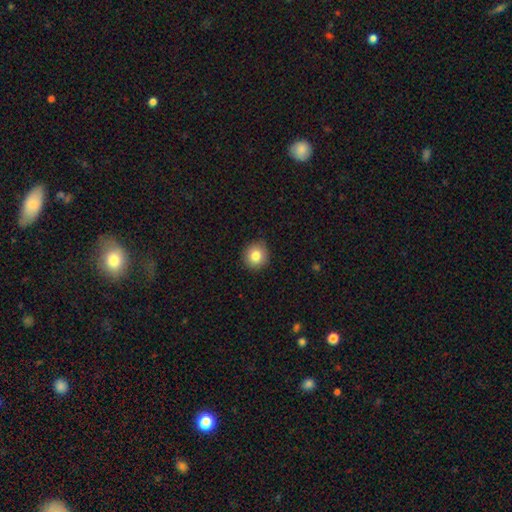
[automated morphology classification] Smooth or featured?
  - smooth: 83% *
  - star or artifact: 10%
  - featured or disk: 8%
How rounded?
  - round: 90% *
  - in between: 9%
  - cigar-shaped: 1%
Merging?
  - none: 87% *
  - minor disturbance: 10%
  - major disturbance: 2%
  - merger: 1%